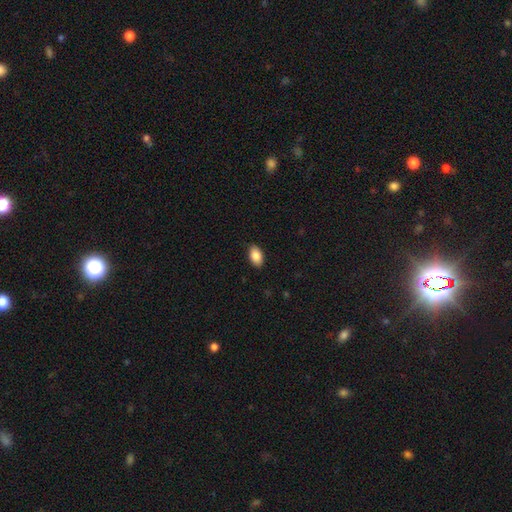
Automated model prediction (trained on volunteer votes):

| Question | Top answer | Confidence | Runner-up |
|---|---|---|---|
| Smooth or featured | smooth | 88% | star or artifact (7%) |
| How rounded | in between | 92% | round (7%) |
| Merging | none | 88% | minor disturbance (9%) |